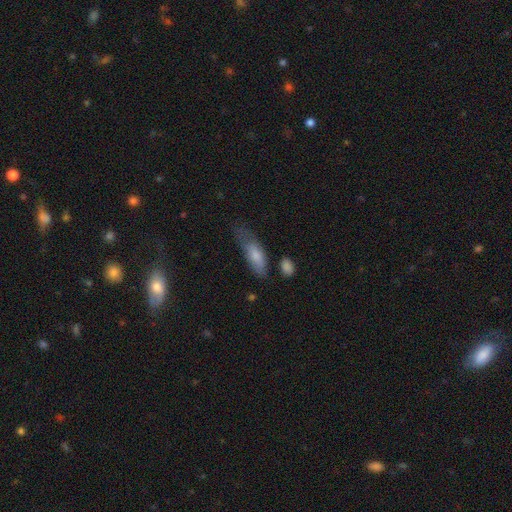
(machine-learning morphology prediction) smooth 74%, featured or disk 20%, star or artifact 6%. Down the decision tree: how rounded — in between (68%); merging — none (40%).